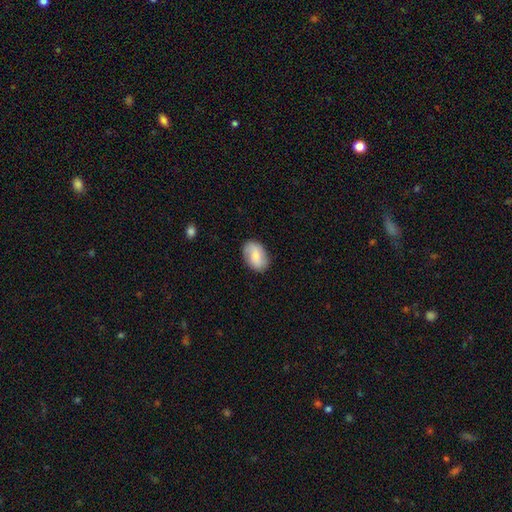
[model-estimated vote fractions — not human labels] Overall: smooth (70%). How rounded: in between (86%). Merging: none (85%).